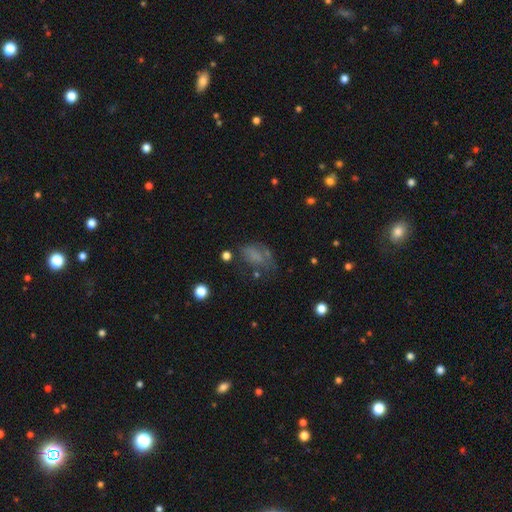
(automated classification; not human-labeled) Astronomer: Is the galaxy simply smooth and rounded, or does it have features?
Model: smooth — 58%.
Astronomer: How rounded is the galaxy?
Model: in between — 83%.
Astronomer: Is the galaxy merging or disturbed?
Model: none — 41% (runner-up: major disturbance, 28%).